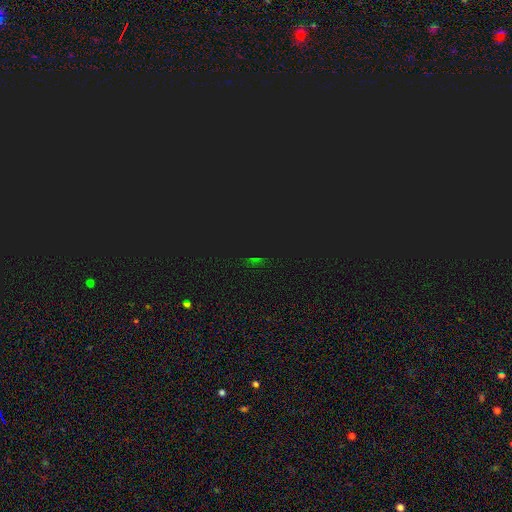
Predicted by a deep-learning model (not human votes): smooth-or-featured: star or artifact: 72% | smooth: 19% | featured or disk: 9%